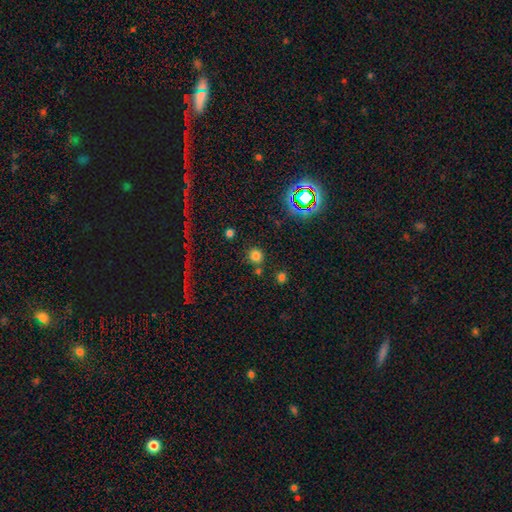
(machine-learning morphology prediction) The model was most divided on "smooth or featured": smooth: 76%, star or artifact: 18%, featured or disk: 6%. More confident: how rounded — round (92%); merging — none (79%).